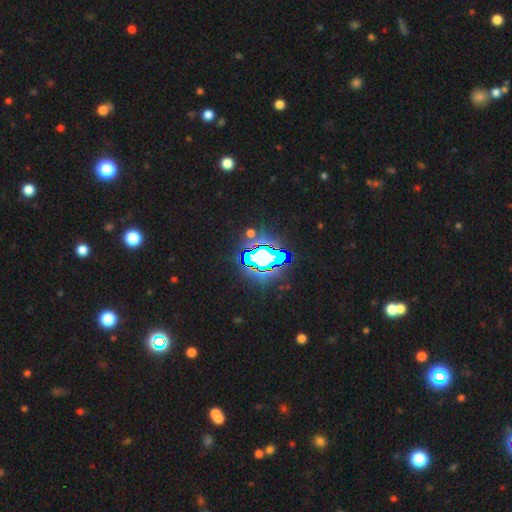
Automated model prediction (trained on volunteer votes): A star or artifact, not a galaxy (83%).